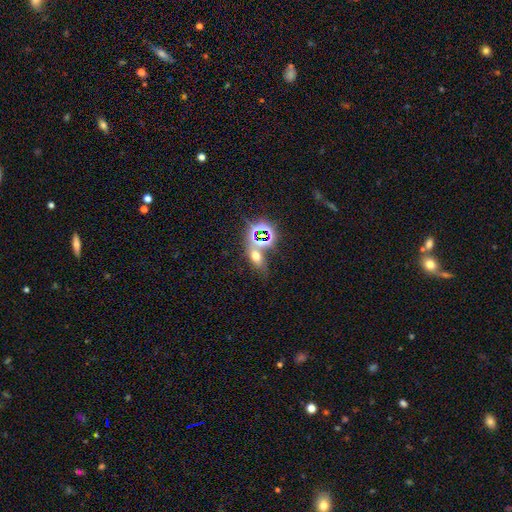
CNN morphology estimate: smooth_or_featured: smooth (p=0.49) [alt: star or artifact p=0.36]
merging: none (p=0.55) [alt: merger p=0.25]